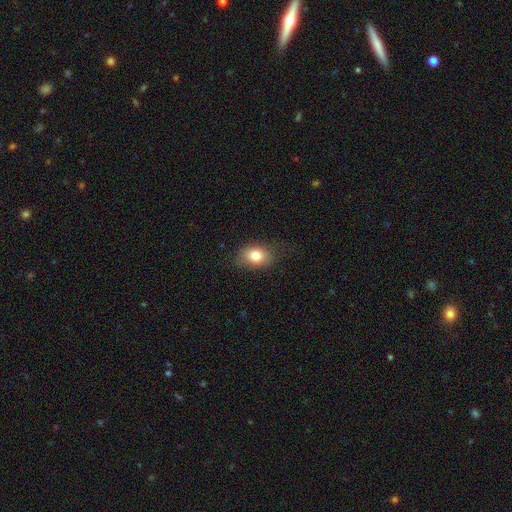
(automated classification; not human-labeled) Smooth or featured? Predicted: smooth (p=0.81). How rounded? Predicted: in between (p=0.75). Merging? Predicted: none (p=0.74).